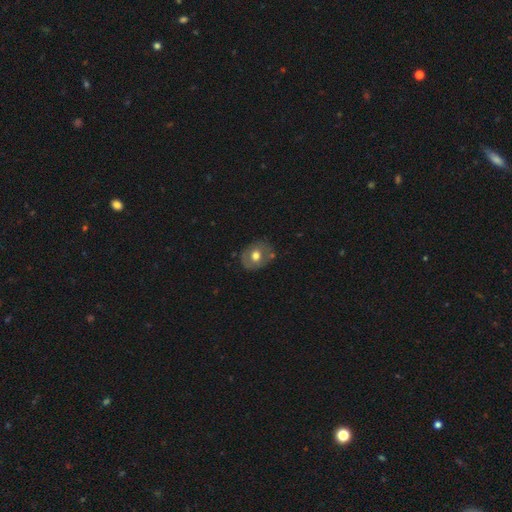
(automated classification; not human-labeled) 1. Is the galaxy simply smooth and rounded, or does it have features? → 52% smooth, 40% featured or disk, 8% star or artifact.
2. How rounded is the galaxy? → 58% round, 41% in between, 1% cigar-shaped.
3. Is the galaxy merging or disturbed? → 72% none, 19% minor disturbance, 5% major disturbance, 3% merger.